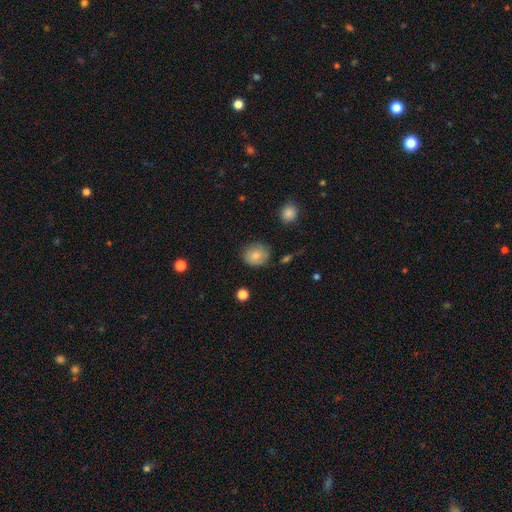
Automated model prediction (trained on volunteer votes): Smooth or featured? Predicted: smooth (p=0.79). How rounded? Predicted: round (p=0.73). Merging? Predicted: none (p=0.80).